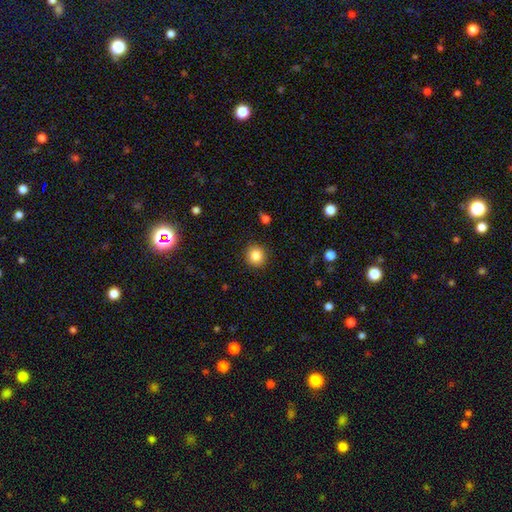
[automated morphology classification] type=smooth (85%); roundness=round (90%); merging=none (91%).